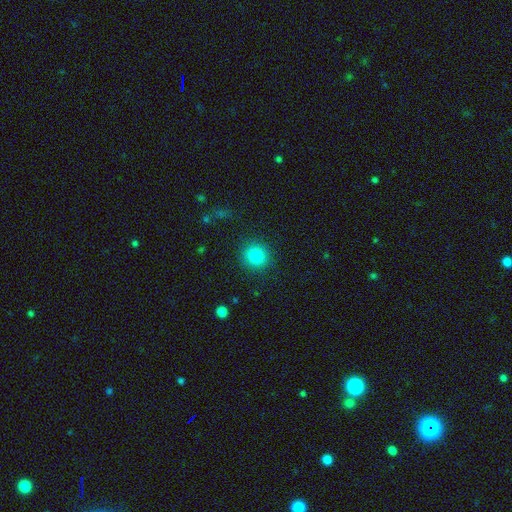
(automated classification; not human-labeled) A smooth galaxy with no disk features (83%) that is round (90%).

Vote fractions:
- Smooth or featured? smooth: 83% / star or artifact: 11% / featured or disk: 5%
- How rounded? round: 90% / in between: 9% / cigar-shaped: 1%
- Merging? none: 90% / minor disturbance: 6% / major disturbance: 3% / merger: 1%